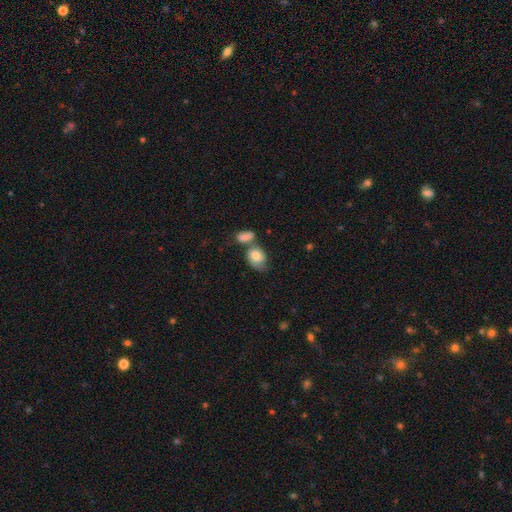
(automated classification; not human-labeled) Smooth or featured? smooth (80%)
How rounded? in between (67%)
Merging? merger (42%)